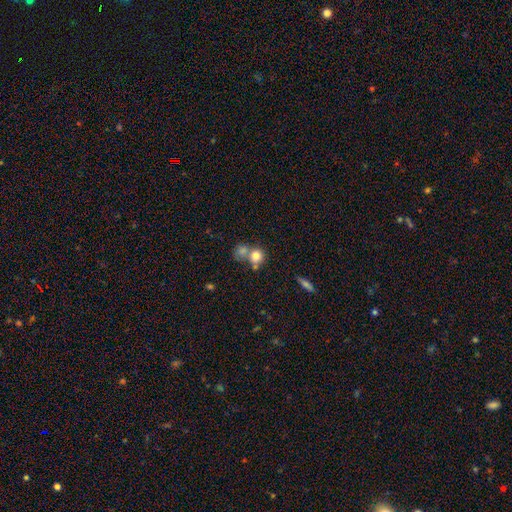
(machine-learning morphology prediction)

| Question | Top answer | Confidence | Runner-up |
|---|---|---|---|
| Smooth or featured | smooth | 79% | star or artifact (11%) |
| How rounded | round | 82% | in between (17%) |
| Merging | merger | 45% | none (42%) |